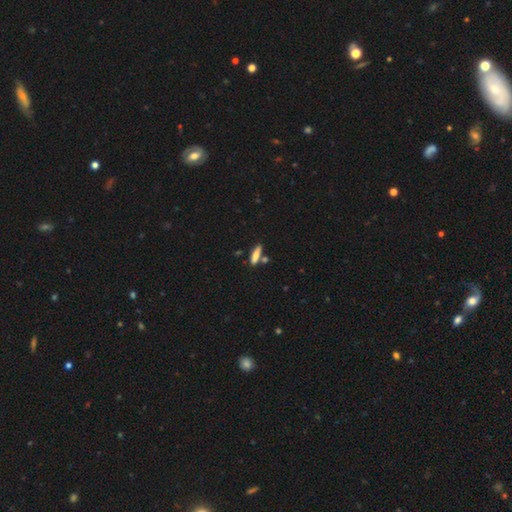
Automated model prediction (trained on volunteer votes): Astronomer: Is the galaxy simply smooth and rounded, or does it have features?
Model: smooth — 73%.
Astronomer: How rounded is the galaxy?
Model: cigar-shaped — 62%.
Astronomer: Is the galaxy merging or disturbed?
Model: none — 66%.